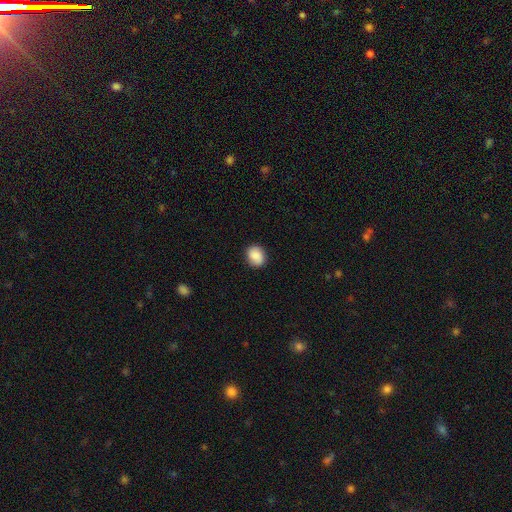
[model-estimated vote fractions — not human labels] smooth-or-featured: smooth: 87% | star or artifact: 7% | featured or disk: 5%
  how-rounded: round: 57% | in between: 42% | cigar-shaped: 1%
  merging: none: 87% | minor disturbance: 9% | major disturbance: 2% | merger: 1%